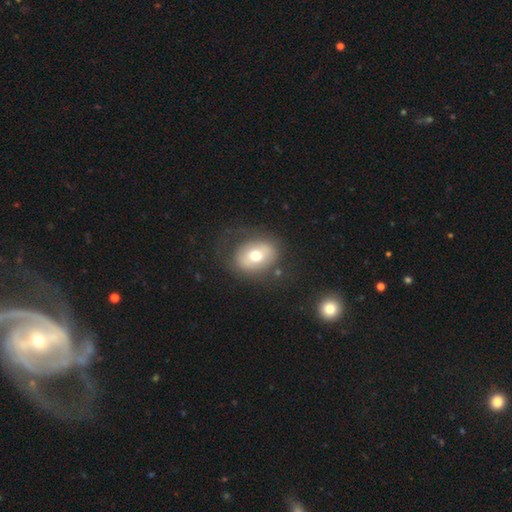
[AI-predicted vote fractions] A smooth galaxy with no disk features (59%) that is in between round and cigar-shaped (54%).

Vote fractions:
- Smooth or featured? smooth: 59% / featured or disk: 33% / star or artifact: 8%
- How rounded? in between: 54% / round: 45% / cigar-shaped: 1%
- Merging? none: 69% / minor disturbance: 16% / major disturbance: 12% / merger: 3%